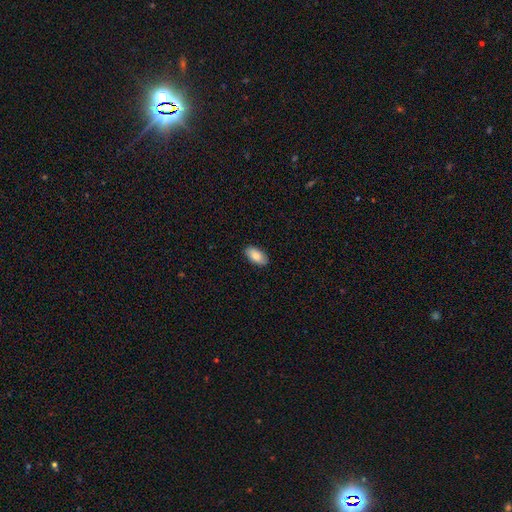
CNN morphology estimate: This is clearly a smooth galaxy (85%). How rounded: clearly in between (94%). Merging: clearly none (88%).